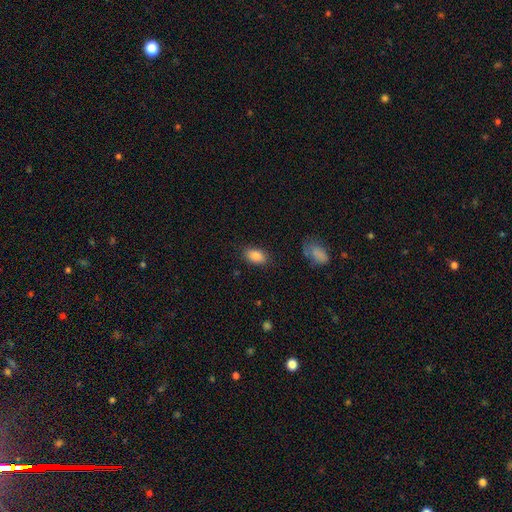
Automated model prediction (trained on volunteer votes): smooth-or-featured: smooth: 85% | star or artifact: 8% | featured or disk: 7%
  how-rounded: in between: 90% | round: 8% | cigar-shaped: 2%
  merging: none: 84% | minor disturbance: 11% | major disturbance: 3% | merger: 2%